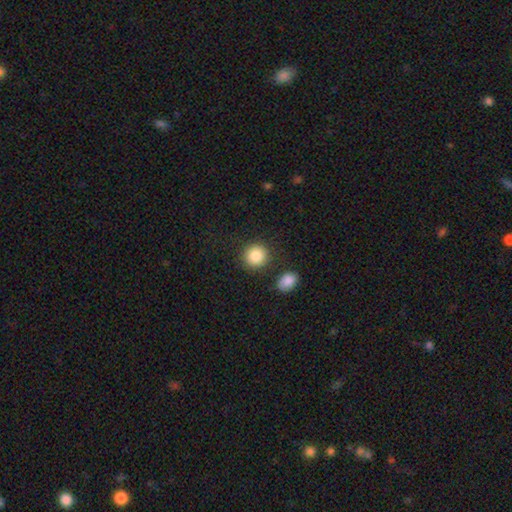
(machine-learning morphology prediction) This appears to be a smooth galaxy with no disk features (87%) that is round (89%). Merging: none (84%).